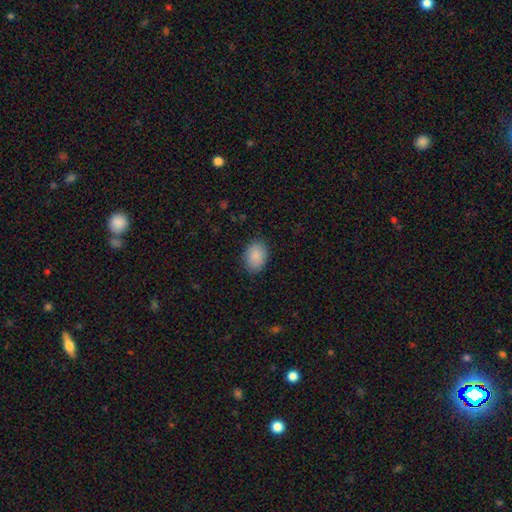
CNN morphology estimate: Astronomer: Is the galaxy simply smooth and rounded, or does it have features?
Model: smooth — 89%.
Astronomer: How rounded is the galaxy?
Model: in between — 77%.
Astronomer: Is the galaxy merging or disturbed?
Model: none — 85%.